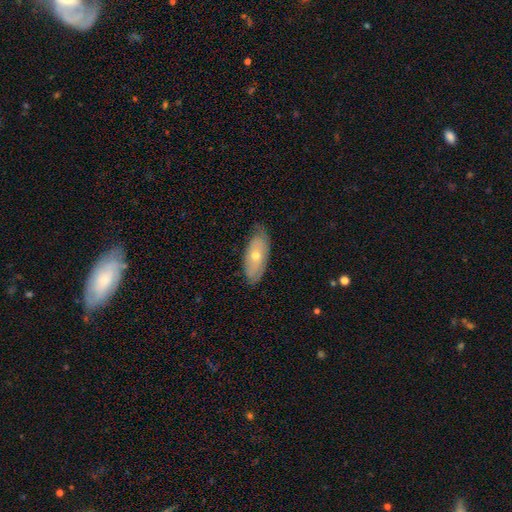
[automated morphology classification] Smooth or featured?
  - smooth: 48% *
  - featured or disk: 46%
  - star or artifact: 7%
Merging?
  - none: 74% *
  - minor disturbance: 21%
  - major disturbance: 4%
  - merger: 1%